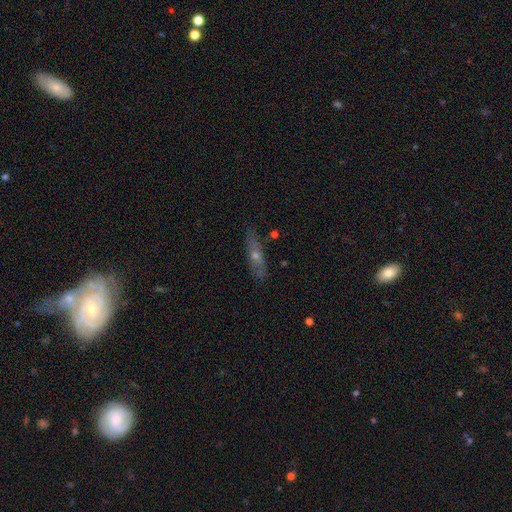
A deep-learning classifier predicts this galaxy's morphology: This is possibly a featured or disk galaxy (56%). It is likely viewed edge-on (72%). Merging: clearly none (82%).